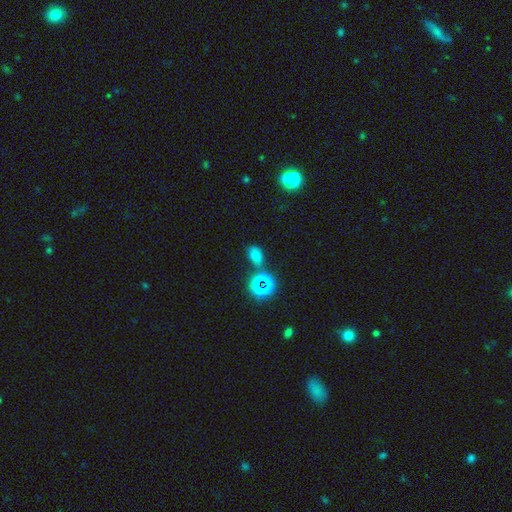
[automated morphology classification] Smooth or featured? smooth (63%)
How rounded? in between (75%)
Merging? none (65%)